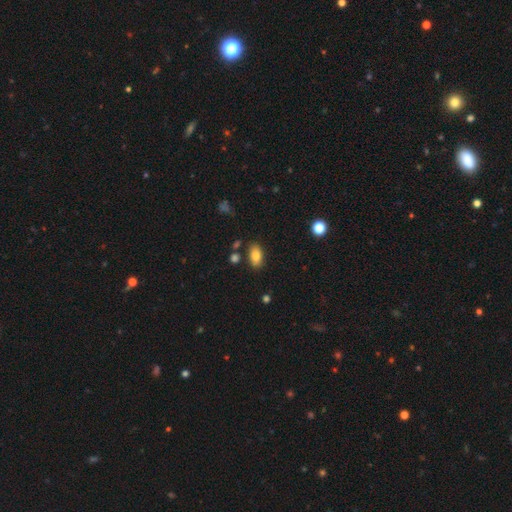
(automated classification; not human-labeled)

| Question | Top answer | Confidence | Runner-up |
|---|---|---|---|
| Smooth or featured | smooth | 84% | star or artifact (9%) |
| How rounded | in between | 91% | round (6%) |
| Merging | none | 81% | minor disturbance (11%) |